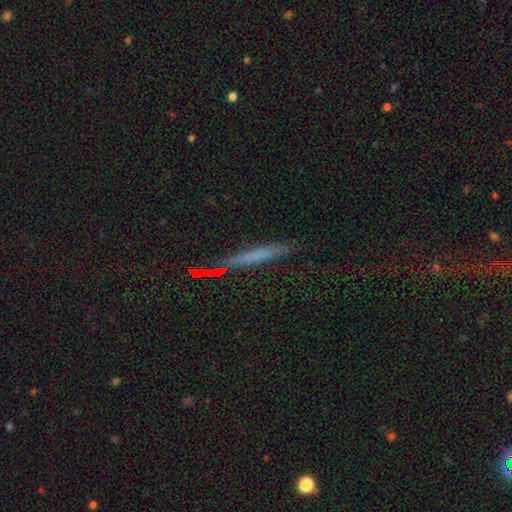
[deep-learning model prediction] Morphology: type=smooth (48%); merging=none (80%).